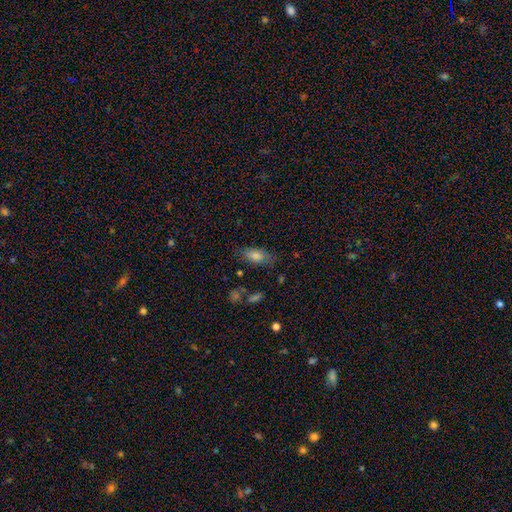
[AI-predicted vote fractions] Smooth or featured: smooth — 76% (featured or disk — 13%)
How rounded: in between — 83% (cigar-shaped — 12%)
Merging: none — 73% (minor disturbance — 18%)